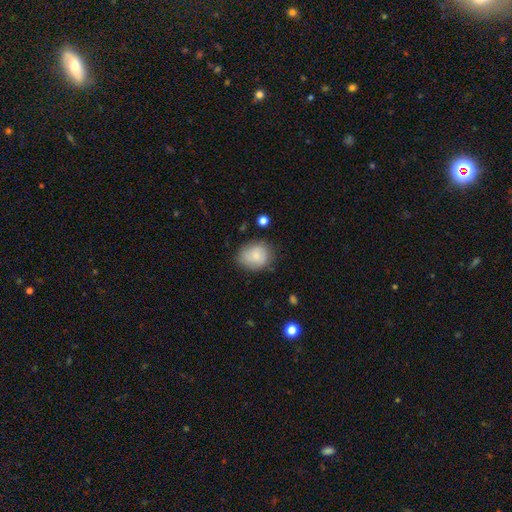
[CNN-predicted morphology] A smooth galaxy with no disk features (77%) that is round (61%).

Vote fractions:
- Smooth or featured? smooth: 77% / featured or disk: 15% / star or artifact: 8%
- How rounded? round: 61% / in between: 38% / cigar-shaped: 1%
- Merging? none: 72% / minor disturbance: 21% / major disturbance: 6% / merger: 2%